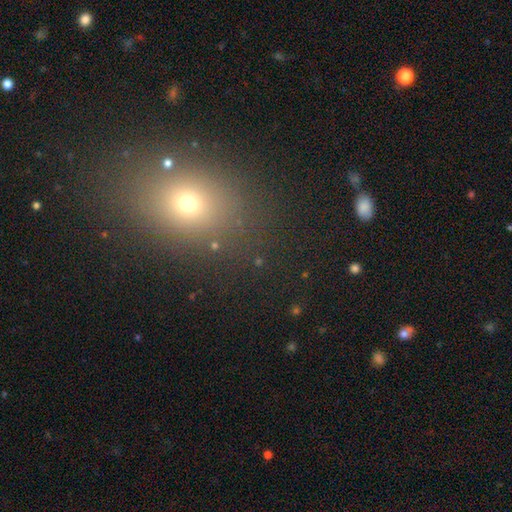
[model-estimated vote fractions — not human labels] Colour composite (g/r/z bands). It shows a smooth galaxy with no disk features (62%) that is in between round and cigar-shaped (54%). Merging: none (83%).